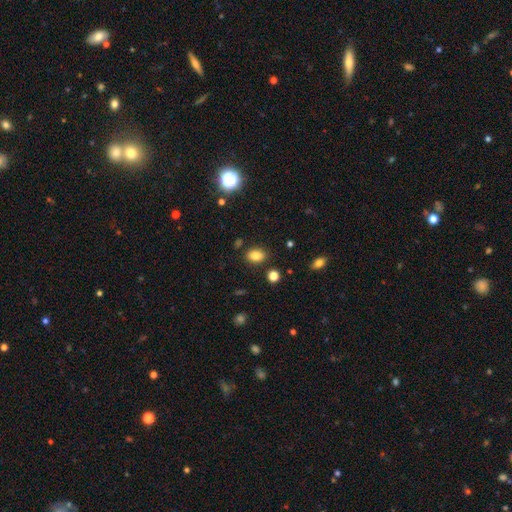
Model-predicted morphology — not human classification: Smooth or featured?
  - smooth: 83% *
  - star or artifact: 11%
  - featured or disk: 6%
How rounded?
  - in between: 75% *
  - round: 24%
  - cigar-shaped: 1%
Merging?
  - none: 83% *
  - minor disturbance: 11%
  - merger: 3%
  - major disturbance: 3%